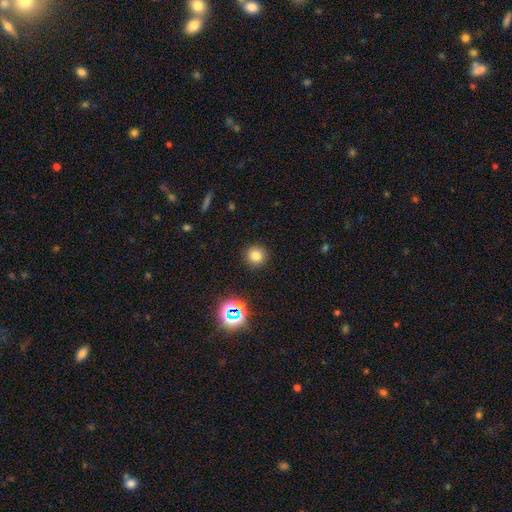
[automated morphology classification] Q: Smooth or featured?
A: smooth (77%); runner-up: star or artifact (17%)
Q: How rounded?
A: round (93%); runner-up: in between (6%)
Q: Merging?
A: none (90%); runner-up: minor disturbance (6%)